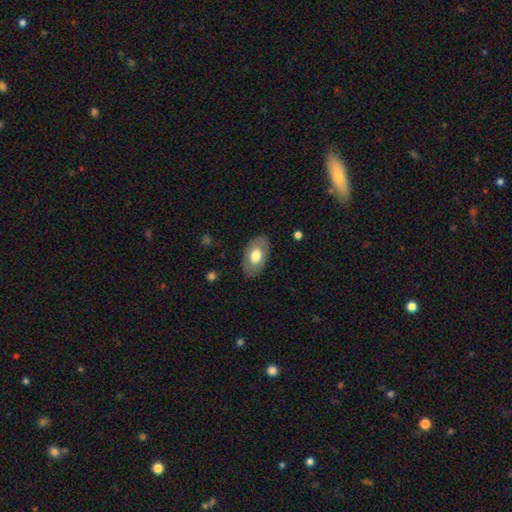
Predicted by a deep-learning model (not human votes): This appears to be a smooth galaxy with no disk features (61%) that is in between round and cigar-shaped (92%). Merging: none (84%).